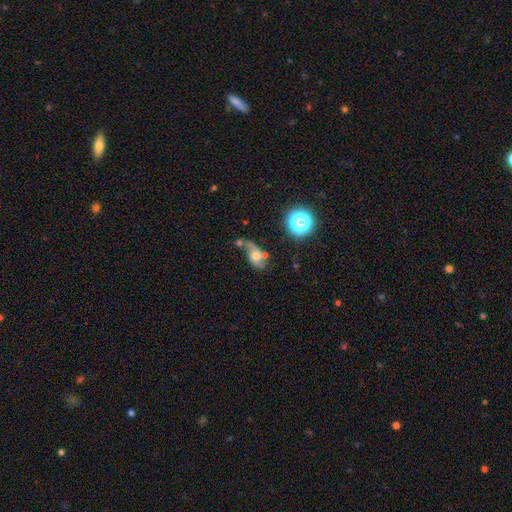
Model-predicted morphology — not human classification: smooth-or-featured: smooth: 42% (tied) | featured or disk: 42% (tied) | star or artifact: 16%
  merging: none: 33% | merger: 27% | minor disturbance: 22% | major disturbance: 18%